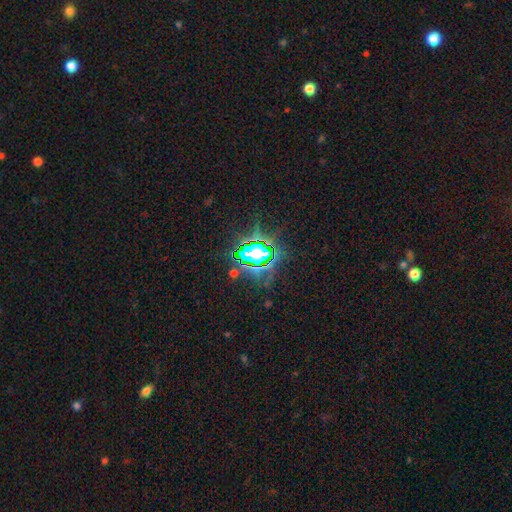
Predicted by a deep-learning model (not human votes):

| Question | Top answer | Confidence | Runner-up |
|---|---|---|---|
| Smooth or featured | star or artifact | 82% | smooth (11%) |